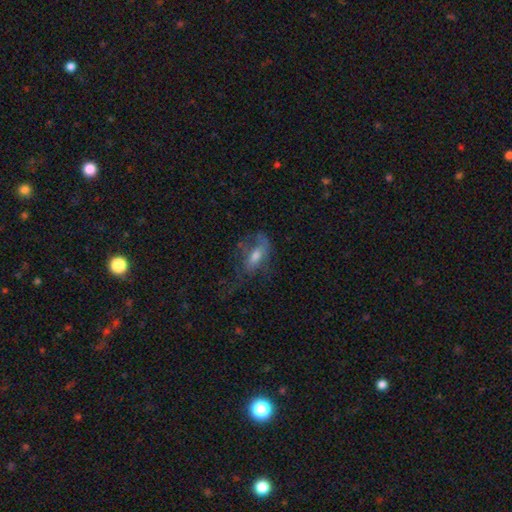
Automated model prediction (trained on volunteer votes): Morphology: type=featured or disk (46%); merging=none (37%, tied with major disturbance).